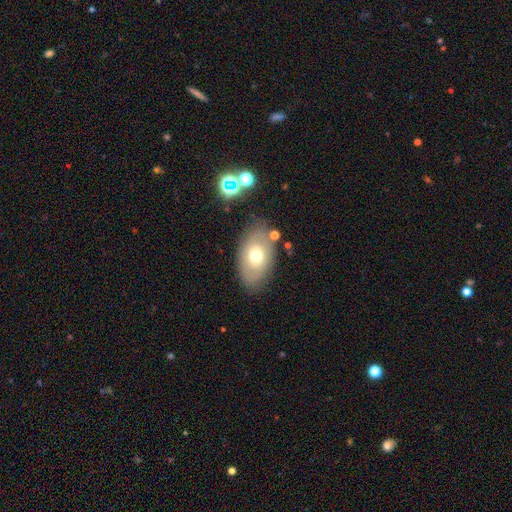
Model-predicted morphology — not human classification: This is possibly a smooth galaxy (60%). How rounded: clearly in between (89%). Merging: likely none (77%).